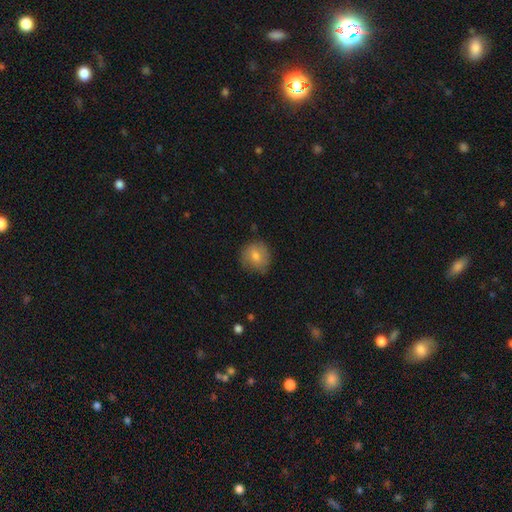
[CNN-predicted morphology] This is likely a smooth galaxy (70%). How rounded: clearly round (85%). Merging: likely none (77%).